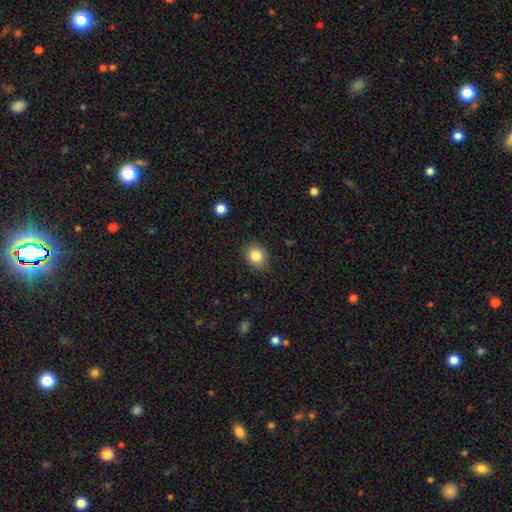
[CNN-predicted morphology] The model was most divided on "how rounded": round: 56%, in between: 43%, cigar-shaped: 1%. More confident: smooth or featured — smooth (85%); merging — none (83%).